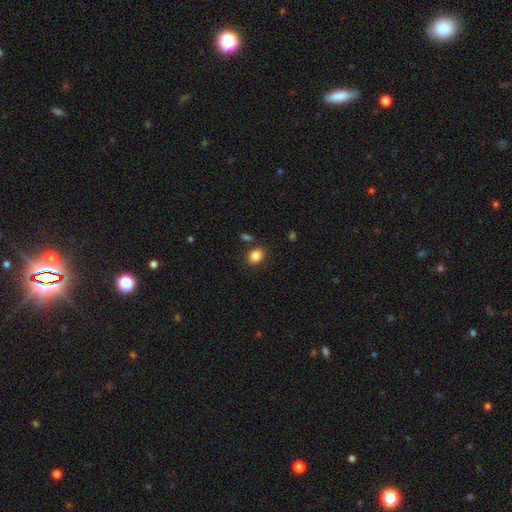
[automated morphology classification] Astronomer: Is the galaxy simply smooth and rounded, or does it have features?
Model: smooth — 86%.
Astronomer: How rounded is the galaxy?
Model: in between — 56% (runner-up: round, 43%).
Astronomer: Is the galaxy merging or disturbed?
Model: none — 80%.